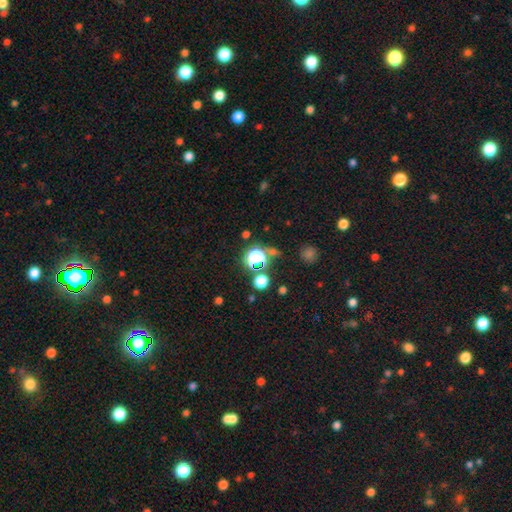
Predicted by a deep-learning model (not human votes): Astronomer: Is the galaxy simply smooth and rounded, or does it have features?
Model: star or artifact — 51% (runner-up: smooth, 40%).